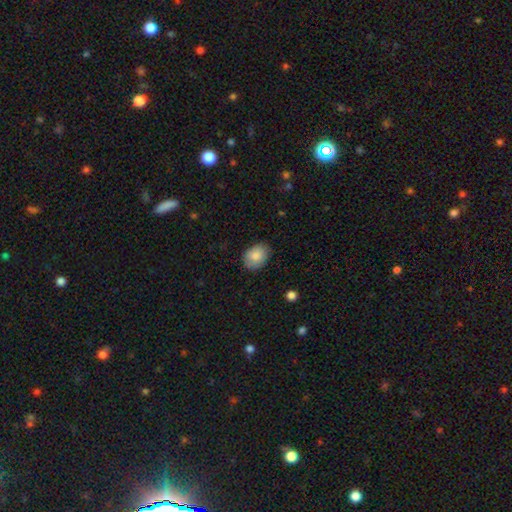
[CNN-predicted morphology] Smooth or featured: smooth — 84% (featured or disk — 9%)
How rounded: in between — 70% (round — 29%)
Merging: none — 81% (minor disturbance — 15%)